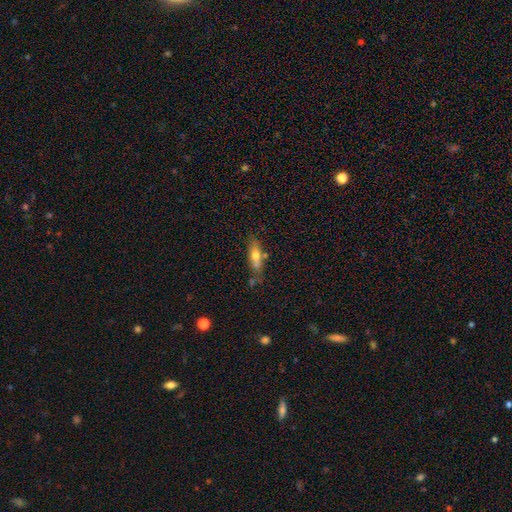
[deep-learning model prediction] Overall: smooth (63%; featured or disk 29%). How rounded: in between (57%; cigar-shaped 39%). Merging: none (58%; minor disturbance 22%).